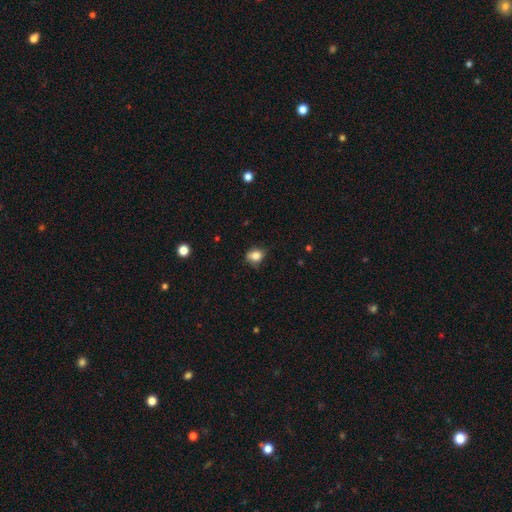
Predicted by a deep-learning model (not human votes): Q: Smooth or featured?
A: smooth (81%); runner-up: star or artifact (11%)
Q: How rounded?
A: round (57%); runner-up: in between (42%)
Q: Merging?
A: none (63%); runner-up: minor disturbance (29%)